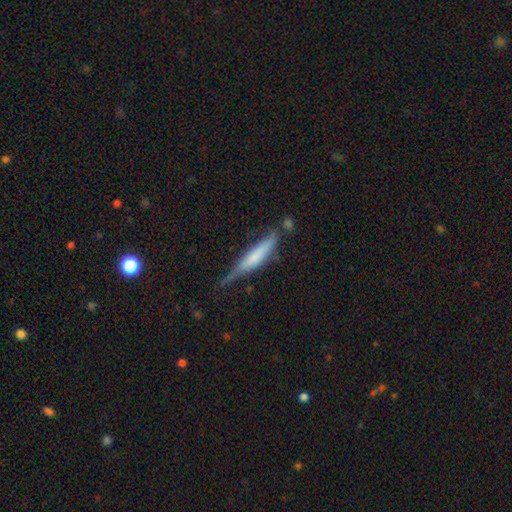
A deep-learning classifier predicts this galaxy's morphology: Smooth or featured: smooth — 52% (featured or disk — 42%)
How rounded: cigar-shaped — 87% (in between — 11%)
Merging: none — 54% (minor disturbance — 30%)